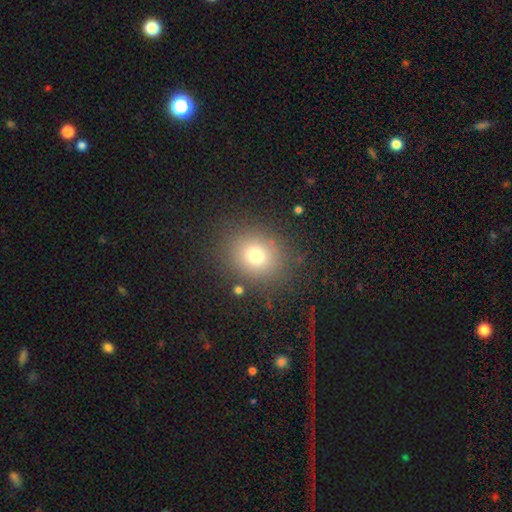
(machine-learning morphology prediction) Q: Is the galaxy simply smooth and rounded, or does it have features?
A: smooth — 73%.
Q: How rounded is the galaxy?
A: round — 69%.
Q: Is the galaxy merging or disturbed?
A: none — 85%.